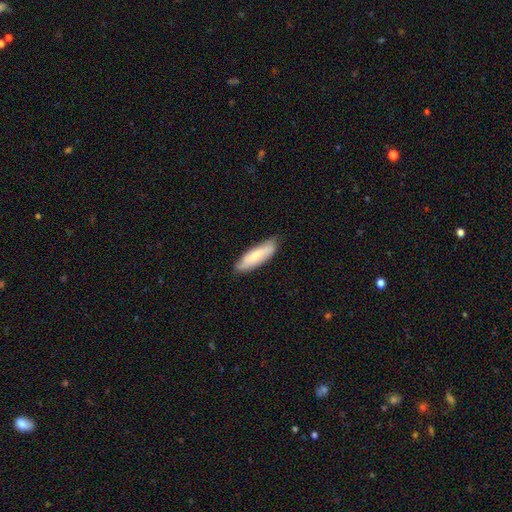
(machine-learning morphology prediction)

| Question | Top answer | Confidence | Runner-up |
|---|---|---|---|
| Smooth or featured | smooth | 72% | featured or disk (23%) |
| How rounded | cigar-shaped | 50% | in between (49%) |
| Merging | none | 77% | minor disturbance (19%) |